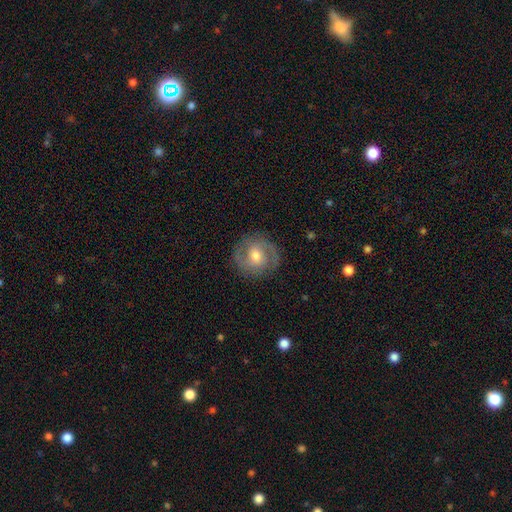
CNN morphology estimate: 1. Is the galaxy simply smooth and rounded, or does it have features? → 66% featured or disk, 27% smooth, 7% star or artifact.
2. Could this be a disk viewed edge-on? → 97% no, 3% yes.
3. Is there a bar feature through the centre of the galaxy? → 46% no, 41% weak, 13% strong.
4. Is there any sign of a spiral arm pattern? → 82% yes, 18% no.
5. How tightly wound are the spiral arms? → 45% medium, 40% tight, 15% loose.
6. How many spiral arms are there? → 82% 2, 10% can't tell, 3% 1, 3% 3, 1% 4, 1% more than 4.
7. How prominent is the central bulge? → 69% moderate, 23% small, 6% large, 1% none, 1% dominant.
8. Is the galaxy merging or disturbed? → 85% none, 10% minor disturbance, 4% major disturbance, 1% merger.